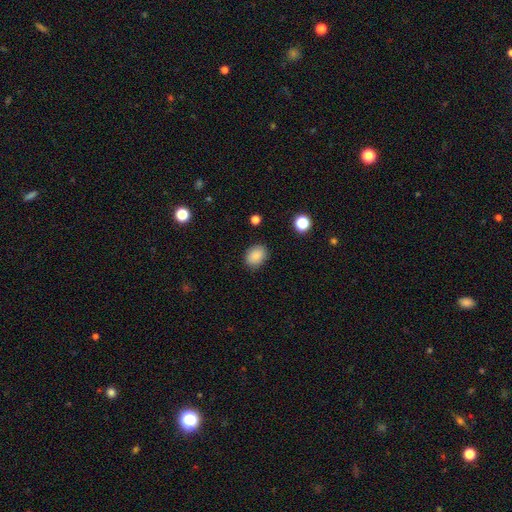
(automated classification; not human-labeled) smooth 87%, star or artifact 9%, featured or disk 4%. Down the decision tree: how rounded — in between (60%); merging — none (86%).